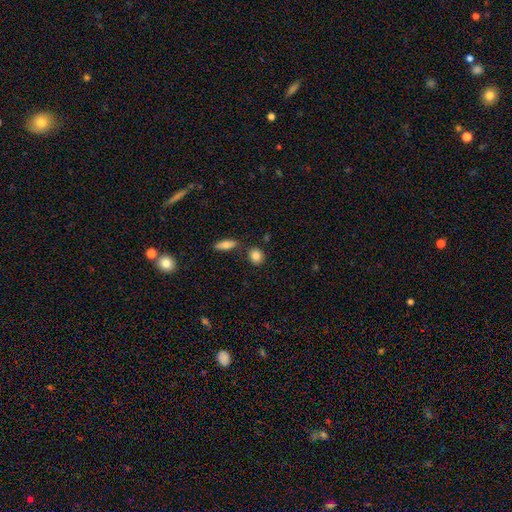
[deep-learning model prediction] Smooth or featured? Predicted: smooth (p=0.86). How rounded? Predicted: round (p=0.64). Merging? Predicted: none (p=0.79).